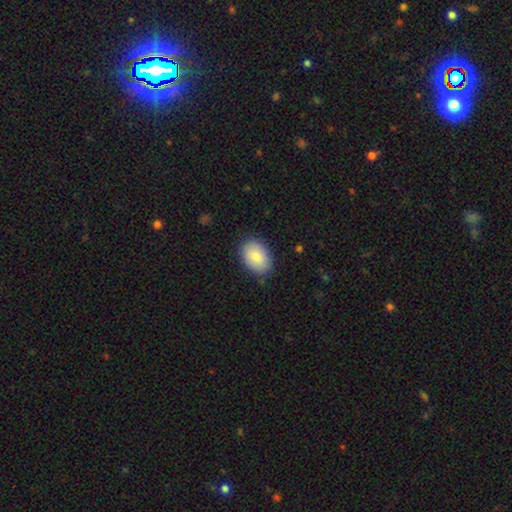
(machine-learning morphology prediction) A smooth galaxy with no disk features (84%) that is in between round and cigar-shaped (82%).

Vote fractions:
- Smooth or featured? smooth: 84% / featured or disk: 10% / star or artifact: 6%
- How rounded? in between: 82% / round: 17% / cigar-shaped: 1%
- Merging? none: 85% / minor disturbance: 12% / major disturbance: 3% / merger: 1%